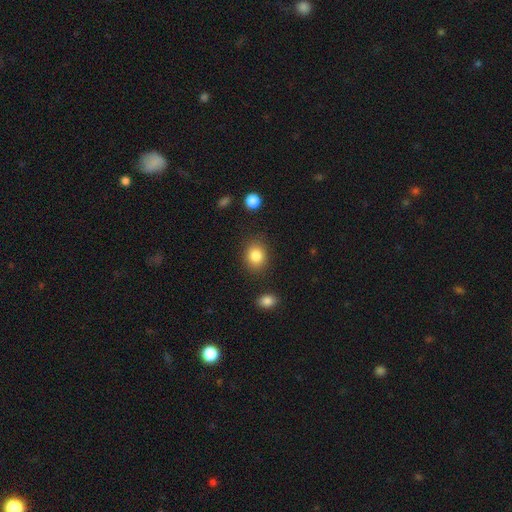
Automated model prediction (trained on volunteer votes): Smooth or featured? Predicted: smooth (p=0.85). How rounded? Predicted: round (p=0.59). Merging? Predicted: none (p=0.84).